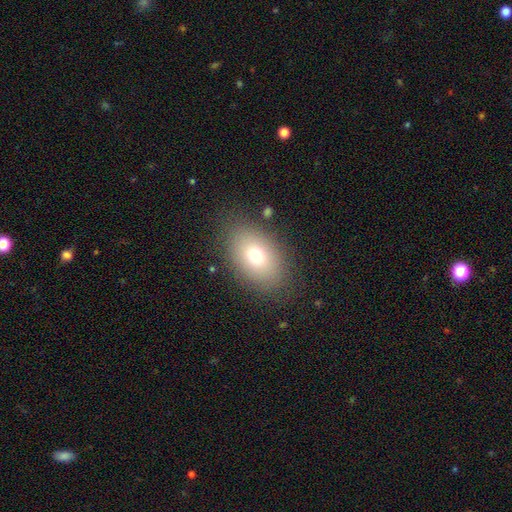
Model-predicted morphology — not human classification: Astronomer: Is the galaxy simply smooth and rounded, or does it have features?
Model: smooth — 73%.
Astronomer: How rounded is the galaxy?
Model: in between — 83%.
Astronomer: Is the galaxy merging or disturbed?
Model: none — 83%.